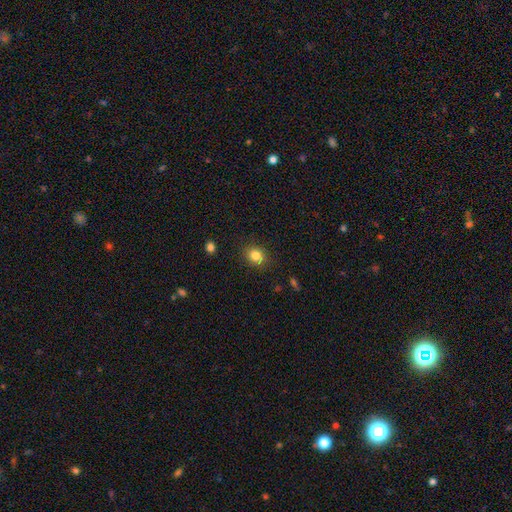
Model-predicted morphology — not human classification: This is clearly a smooth galaxy (83%). How rounded: likely round (65%). Merging: clearly none (86%).